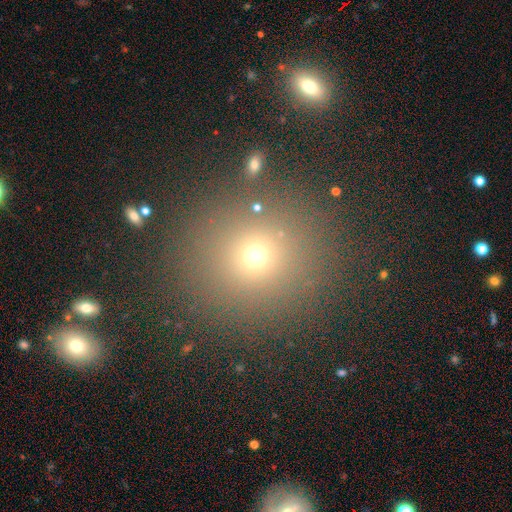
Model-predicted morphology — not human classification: type=smooth (66%); roundness=round (90%); merging=none (86%).